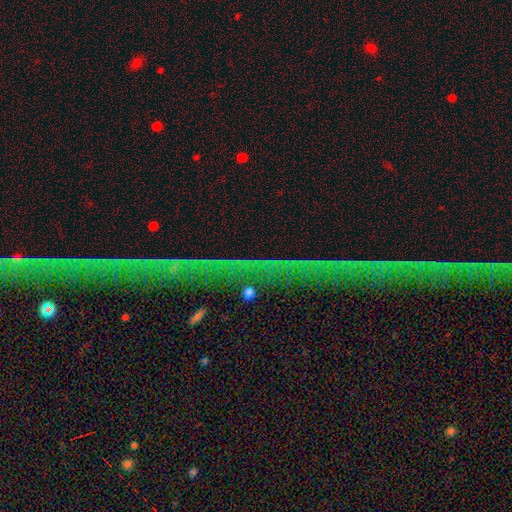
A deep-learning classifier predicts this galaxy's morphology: type=star or artifact (74%).